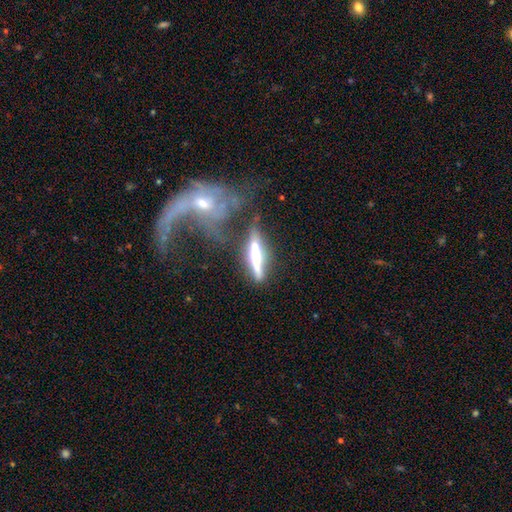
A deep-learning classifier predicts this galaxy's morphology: featured or disk 54%, smooth 39%, star or artifact 7%. Down the decision tree: edge-on disk — yes (84%); merging — none (52%).